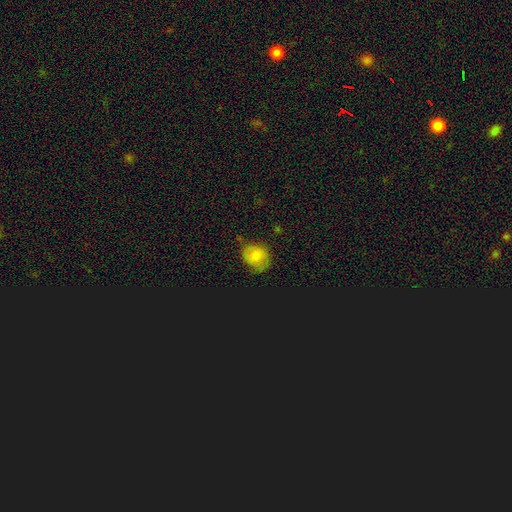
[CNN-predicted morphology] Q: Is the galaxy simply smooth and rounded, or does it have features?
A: smooth — 69%.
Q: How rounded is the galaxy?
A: round — 66%.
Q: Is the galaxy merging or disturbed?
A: none — 63%.